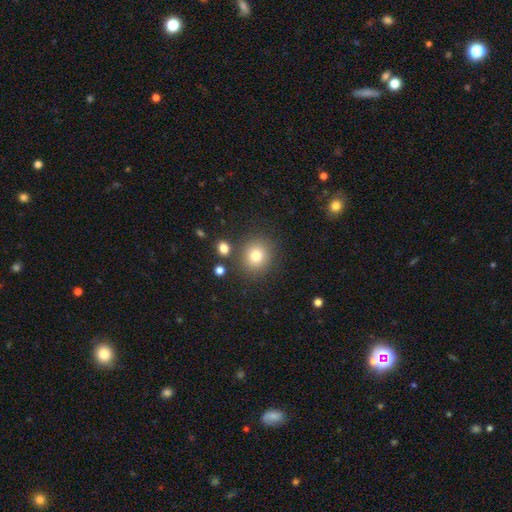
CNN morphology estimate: A smooth galaxy with no disk features (79%) that is round (85%).

Vote fractions:
- Smooth or featured? smooth: 79% / star or artifact: 12% / featured or disk: 9%
- How rounded? round: 85% / in between: 14% / cigar-shaped: 1%
- Merging? none: 83% / minor disturbance: 8% / merger: 5% / major disturbance: 3%